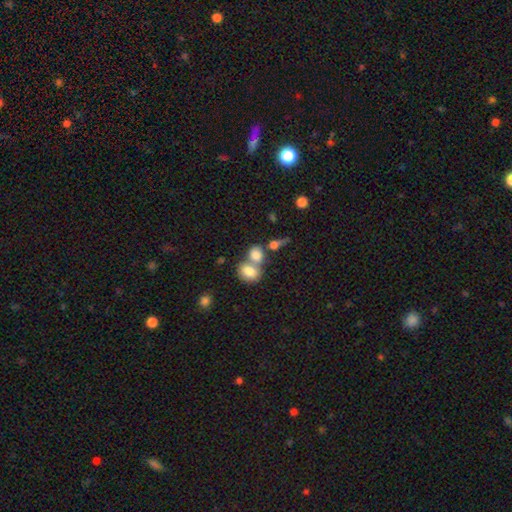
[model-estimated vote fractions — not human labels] A smooth galaxy with no disk features (79%) that is round (51%). Merging: merger (56%).